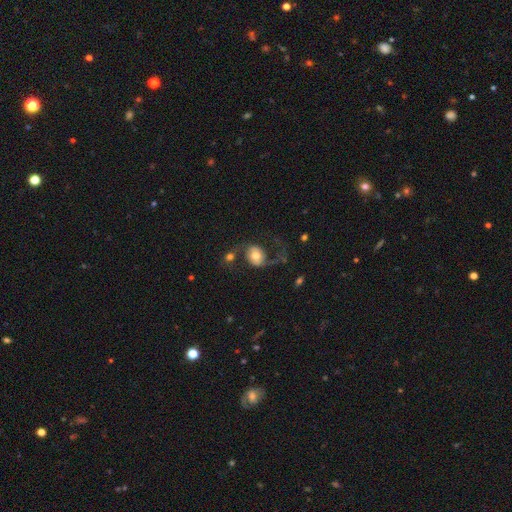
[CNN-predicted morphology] Q: Smooth or featured?
A: featured or disk (61%); runner-up: smooth (32%)
Q: Edge-on disk?
A: no (97%); runner-up: yes (3%)
Q: Bar?
A: no (71%); runner-up: weak (22%)
Q: Spiral arms?
A: yes (79%); runner-up: no (21%)
Q: Bulge size?
A: moderate (67%); runner-up: large (19%)
Q: Merging?
A: none (48%); runner-up: major disturbance (26%)